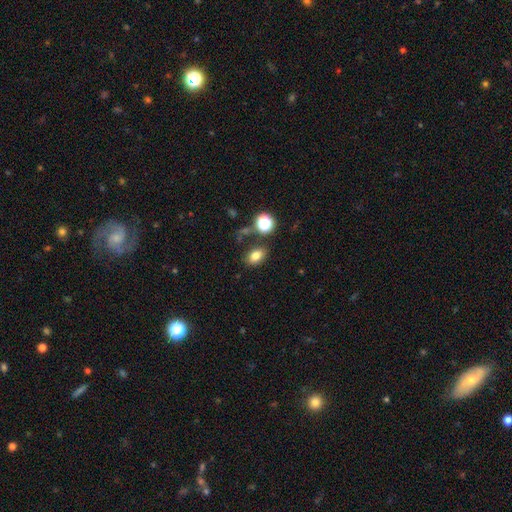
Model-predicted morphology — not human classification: This appears to be a smooth galaxy with no disk features (78%) that is in between round and cigar-shaped (80%). Merging: none (73%).